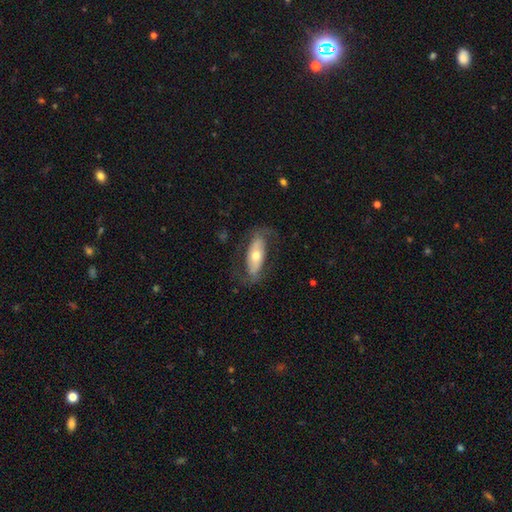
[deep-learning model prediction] The model was most divided on "smooth or featured": featured or disk: 59%, smooth: 36%, star or artifact: 6%. More confident: edge-on disk — no (82%); merging — none (70%).